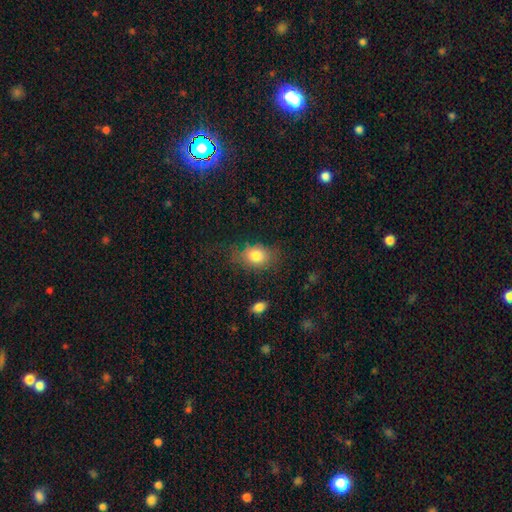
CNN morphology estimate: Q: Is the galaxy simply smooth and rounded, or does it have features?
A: smooth — 81%.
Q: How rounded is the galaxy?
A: in between — 67%.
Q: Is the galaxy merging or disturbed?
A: none — 63%.